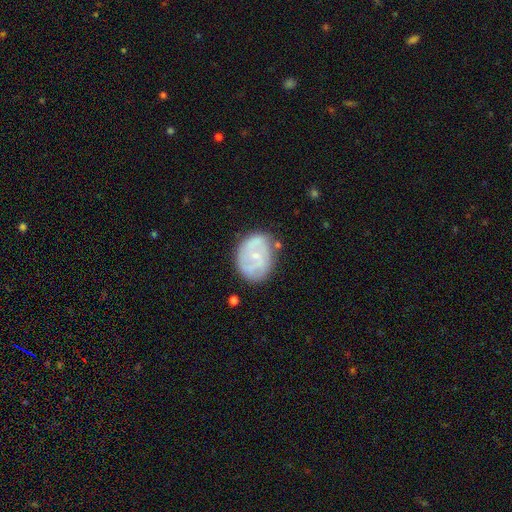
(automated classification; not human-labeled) smooth_or_featured: featured or disk (p=0.60) [alt: smooth p=0.33]
disk_edge_on: no (p=0.97) [alt: yes p=0.03]
bar: no (p=0.66) [alt: weak p=0.28]
has_spiral_arms: yes (p=0.61) [alt: no p=0.39]
bulge_size: small (p=0.70) [alt: moderate p=0.24]
merging: none (p=0.66) [alt: minor disturbance p=0.23]